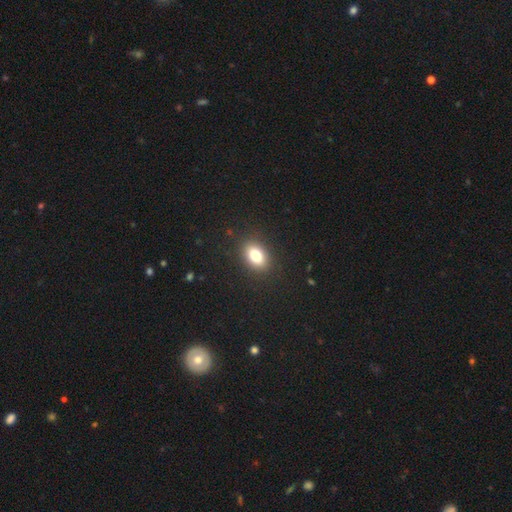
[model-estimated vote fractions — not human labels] Smooth or featured? smooth (81%)
How rounded? in between (81%)
Merging? none (88%)